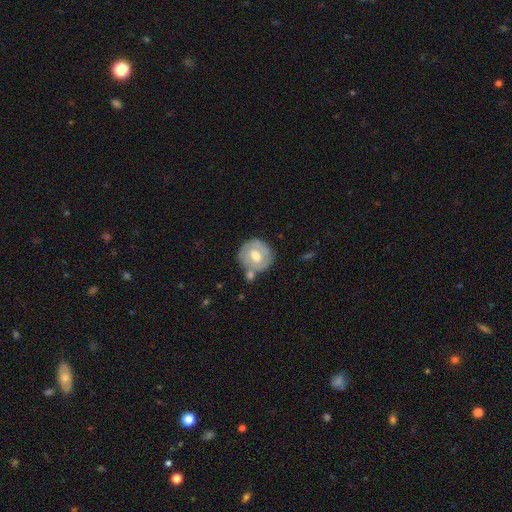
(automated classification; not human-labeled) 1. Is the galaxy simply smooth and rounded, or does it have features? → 47% featured or disk (tied), 47% smooth (tied), 6% star or artifact.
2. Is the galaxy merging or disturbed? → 62% none, 17% minor disturbance, 15% merger, 5% major disturbance.